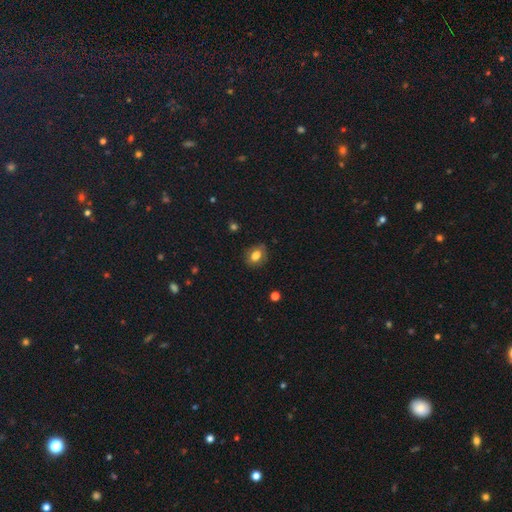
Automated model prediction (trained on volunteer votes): Morphology: type=smooth (76%); roundness=in between (64%); merging=none (79%).